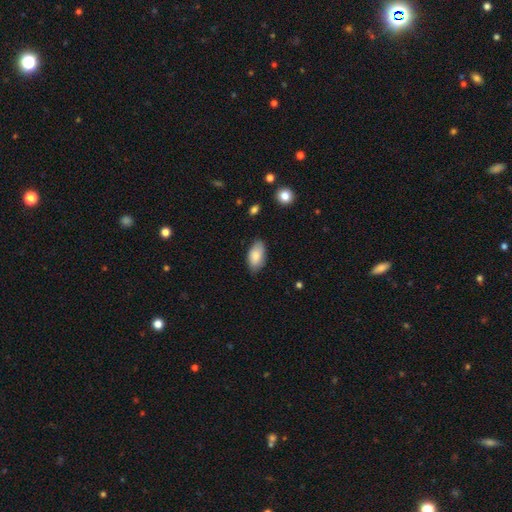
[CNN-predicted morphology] Smooth or featured?
  - smooth: 84% *
  - featured or disk: 9%
  - star or artifact: 6%
How rounded?
  - in between: 94% *
  - round: 3%
  - cigar-shaped: 3%
Merging?
  - none: 79% *
  - minor disturbance: 17%
  - major disturbance: 3%
  - merger: 1%